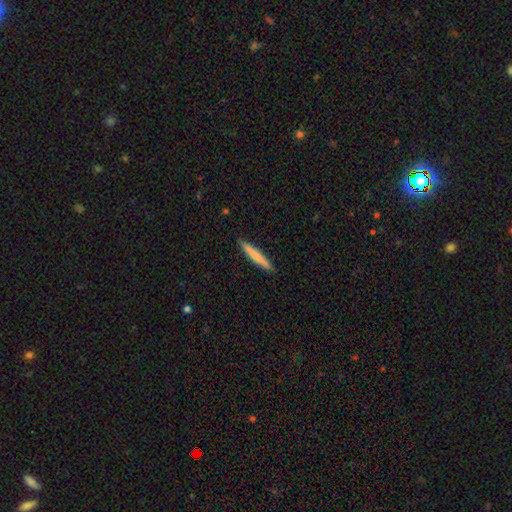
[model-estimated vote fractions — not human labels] Smooth or featured?
  - smooth: 64% *
  - featured or disk: 30%
  - star or artifact: 5%
How rounded?
  - cigar-shaped: 94% *
  - in between: 4%
  - round: 1%
Merging?
  - none: 90% *
  - minor disturbance: 8%
  - major disturbance: 1%
  - merger: 1%